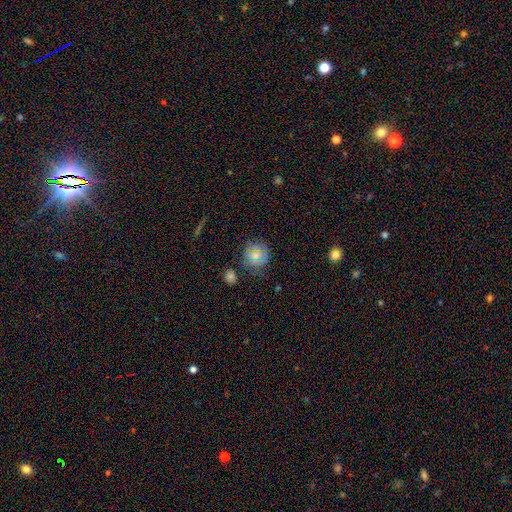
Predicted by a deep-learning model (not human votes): A smooth galaxy with no disk features (63%) that is round (84%). Merging: none (74%).